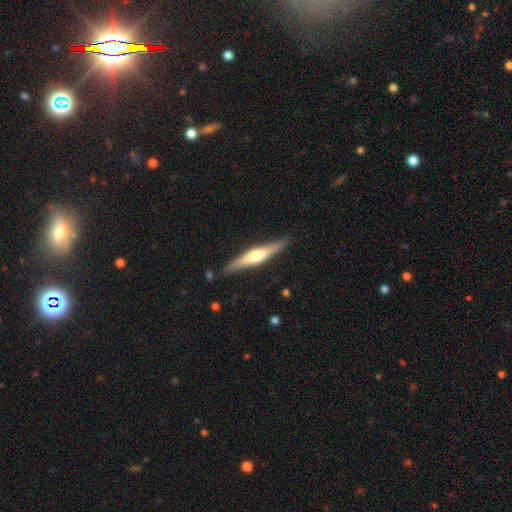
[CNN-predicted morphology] A featured or disk galaxy (63%) viewed edge-on (96%) with a rounded central bulge (78%). Merging: none (87%).